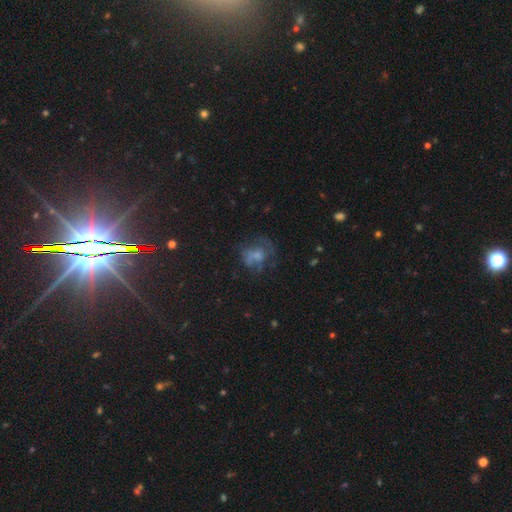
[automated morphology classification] Smooth or featured: featured or disk — 43% (smooth — 39%)
Merging: none — 42% (major disturbance — 33%)